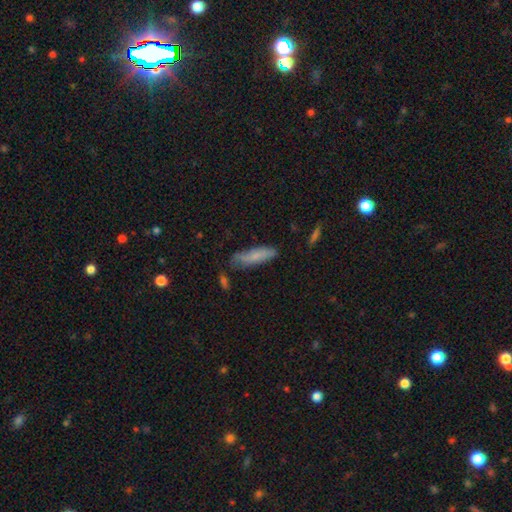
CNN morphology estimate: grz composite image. It shows a smooth galaxy with no disk features (69%) that is cigar-shaped (59%). Merging: none (65%).